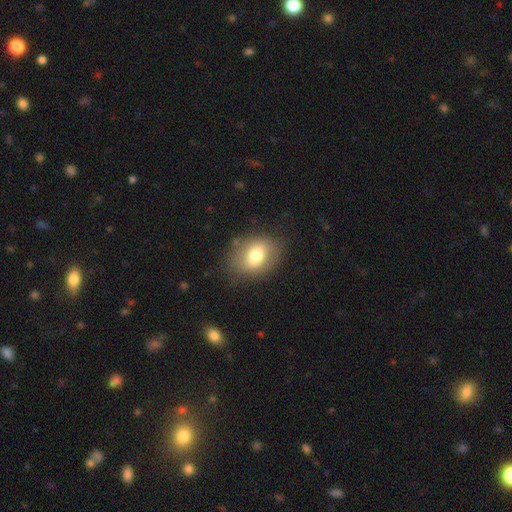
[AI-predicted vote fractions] Smooth or featured?
  - smooth: 73% *
  - featured or disk: 18%
  - star or artifact: 9%
How rounded?
  - in between: 64% *
  - round: 35%
  - cigar-shaped: 1%
Merging?
  - none: 78% *
  - minor disturbance: 15%
  - major disturbance: 5%
  - merger: 2%